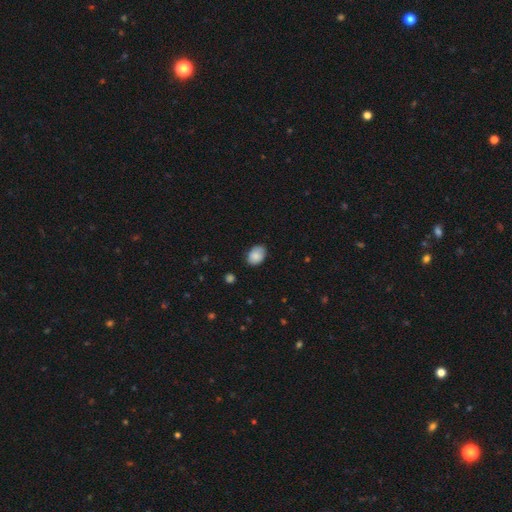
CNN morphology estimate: Smooth or featured?
  - smooth: 85% *
  - featured or disk: 8%
  - star or artifact: 7%
How rounded?
  - in between: 77% *
  - round: 22%
  - cigar-shaped: 1%
Merging?
  - none: 77% *
  - minor disturbance: 19%
  - major disturbance: 3%
  - merger: 1%